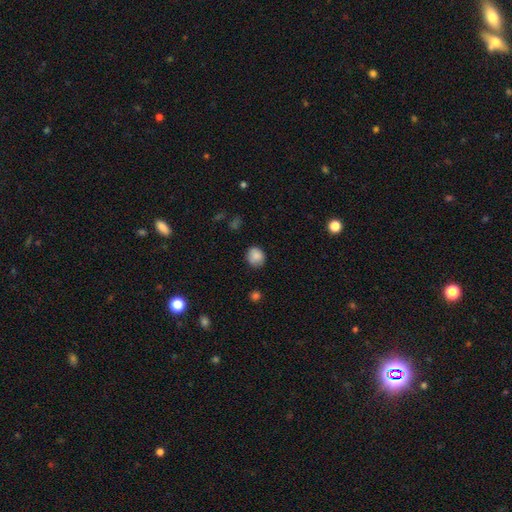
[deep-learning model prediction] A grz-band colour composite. It shows a smooth galaxy with no disk features (86%) that is round (80%). Merging: none (81%).